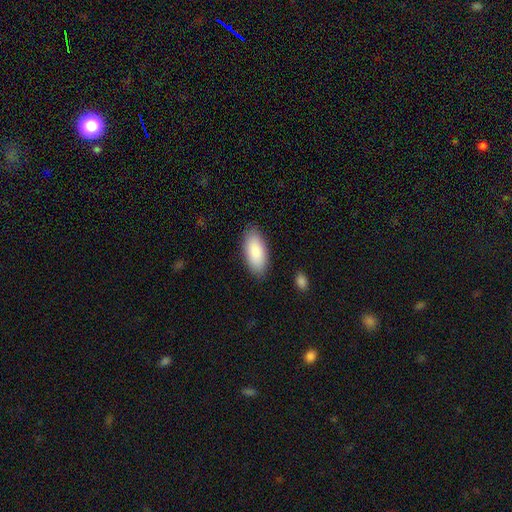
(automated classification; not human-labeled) A smooth galaxy with no disk features (89%) that is in between round and cigar-shaped (89%).

Vote fractions:
- Smooth or featured? smooth: 89% / featured or disk: 6% / star or artifact: 5%
- How rounded? in between: 89% / cigar-shaped: 10% / round: 2%
- Merging? none: 87% / minor disturbance: 10% / major disturbance: 2% / merger: 1%